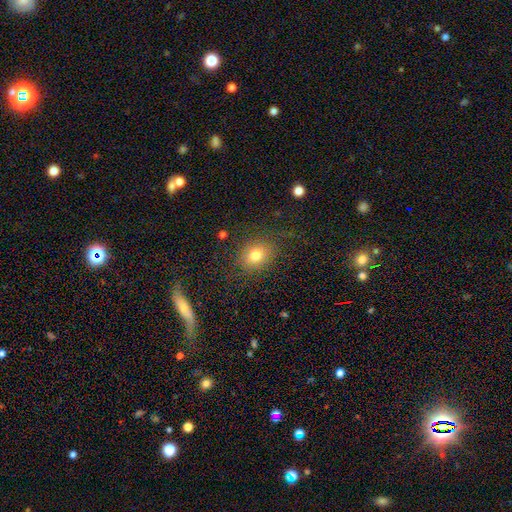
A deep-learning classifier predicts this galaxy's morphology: A smooth galaxy with no disk features (75%) that is round (54%). Merging: none (80%).